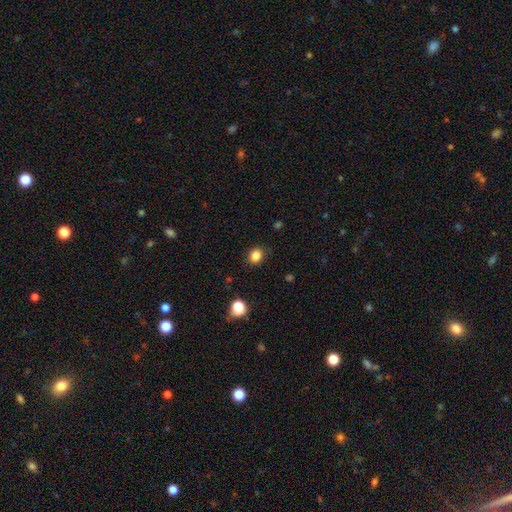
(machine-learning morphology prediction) A smooth galaxy with no disk features (85%) that is round (61%). Merging: none (85%).